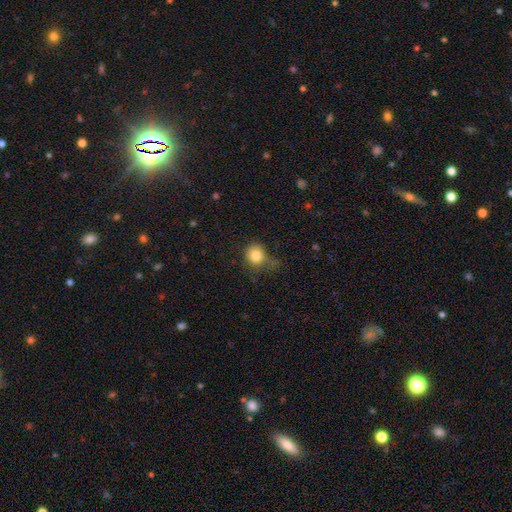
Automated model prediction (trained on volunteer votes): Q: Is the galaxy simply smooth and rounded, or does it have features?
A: smooth — 81%.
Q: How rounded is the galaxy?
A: round — 80%.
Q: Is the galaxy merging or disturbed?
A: none — 50%.